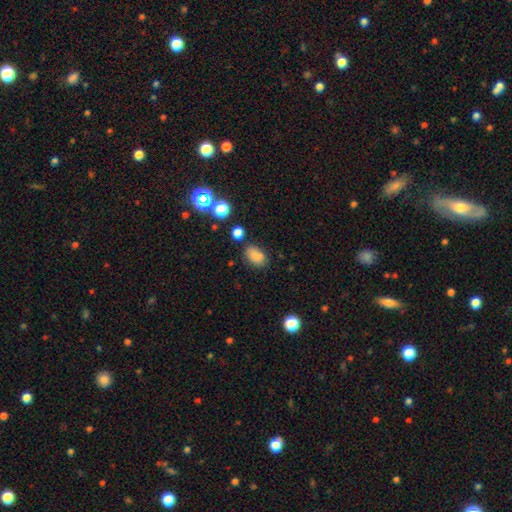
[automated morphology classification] A smooth galaxy with no disk features (82%) that is in between round and cigar-shaped (84%). Merging: none (71%).